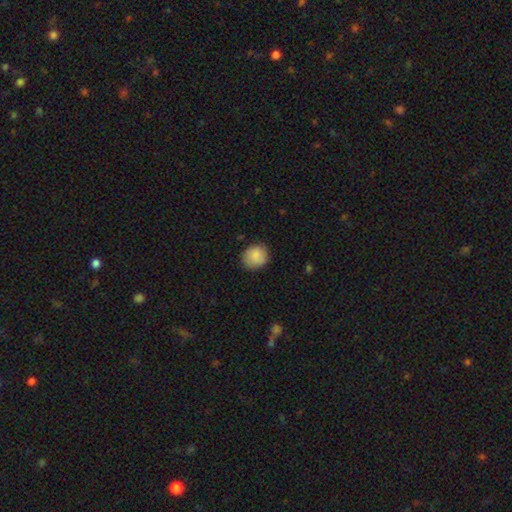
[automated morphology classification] A smooth galaxy with no disk features (87%) that is round (76%). Merging: none (80%).